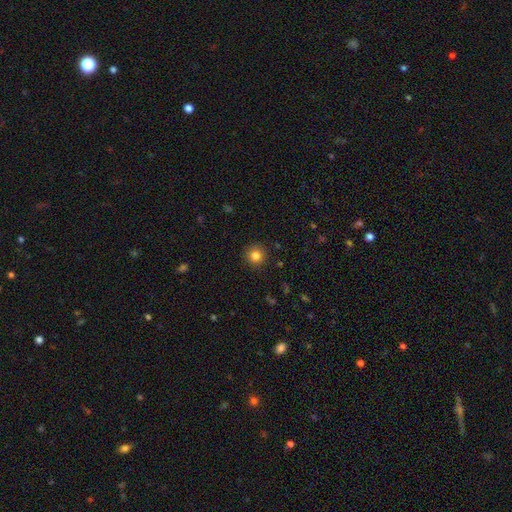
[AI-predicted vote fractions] Overall: smooth (82%). How rounded: round (94%). Merging: none (90%).